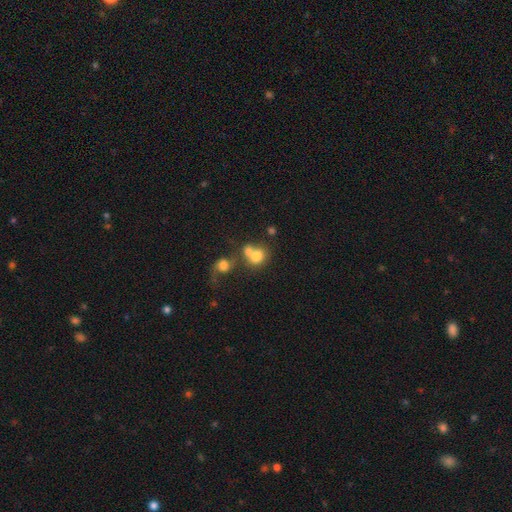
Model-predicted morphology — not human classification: Smooth or featured? Predicted: smooth (p=0.74). How rounded? Predicted: round (p=0.67). Merging? Predicted: merger (p=0.54).